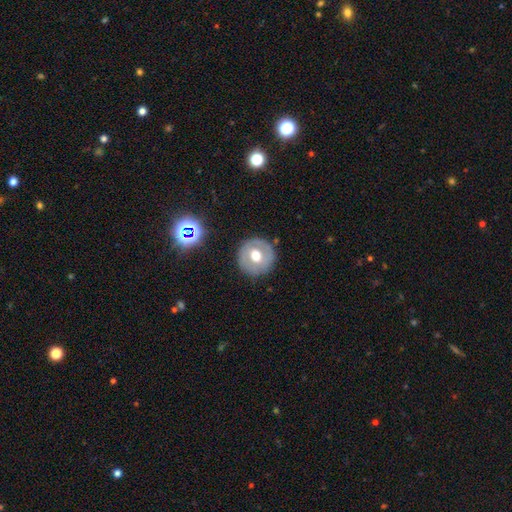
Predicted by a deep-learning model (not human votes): smooth-or-featured: smooth: 51% | featured or disk: 40% | star or artifact: 9%
  how-rounded: round: 95% | in between: 4% | cigar-shaped: 1%
  merging: none: 86% | minor disturbance: 9% | major disturbance: 3% | merger: 2%